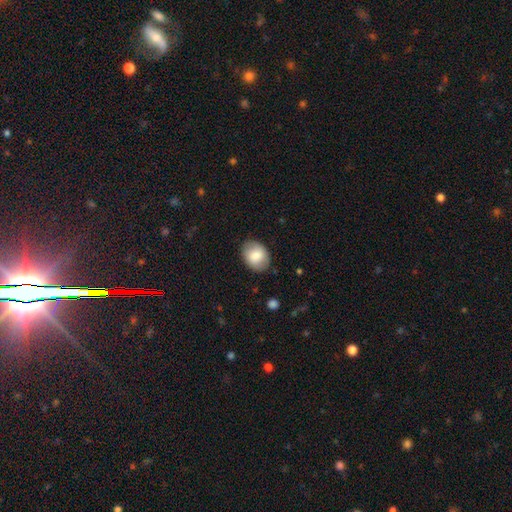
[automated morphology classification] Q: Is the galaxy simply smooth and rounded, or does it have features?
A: smooth — 80%.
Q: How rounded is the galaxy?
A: in between — 64%.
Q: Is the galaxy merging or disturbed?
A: none — 85%.